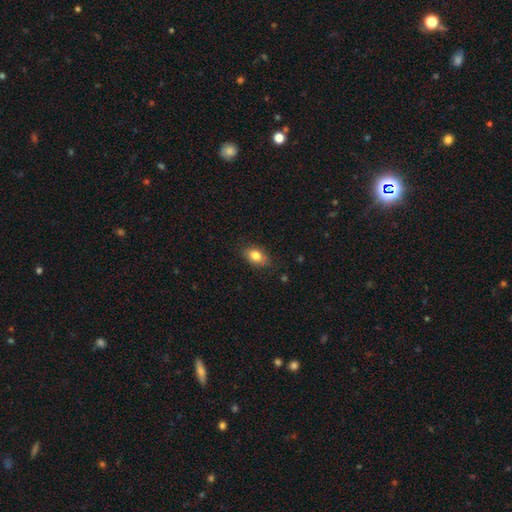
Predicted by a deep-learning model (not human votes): The model was most divided on "how rounded": in between: 83%, round: 15%, cigar-shaped: 2%. More confident: merging — none (83%); smooth or featured — smooth (82%).